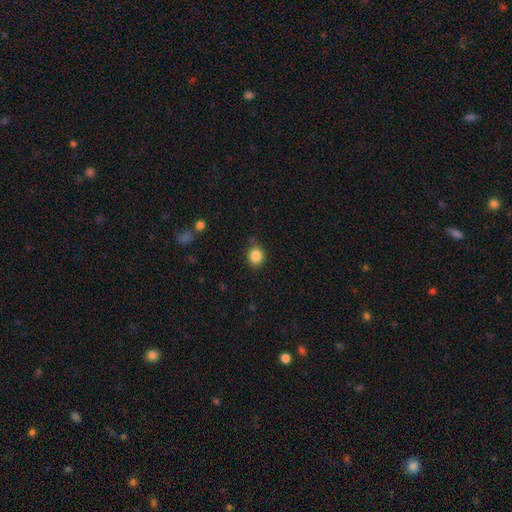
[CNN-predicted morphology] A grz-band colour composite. It shows a smooth galaxy with no disk features (86%) that is round (72%). Merging: none (77%).